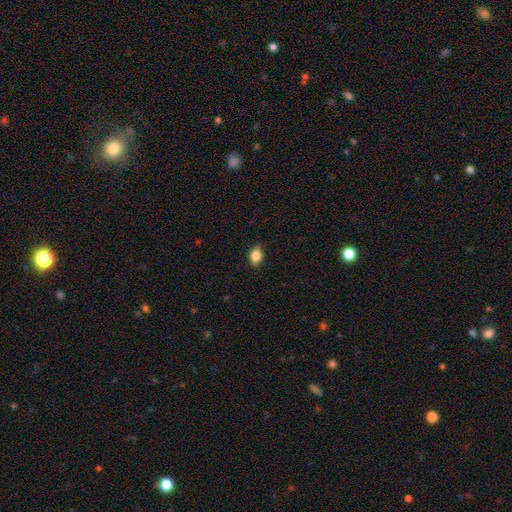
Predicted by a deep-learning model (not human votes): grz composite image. It shows a smooth galaxy with no disk features (85%) that is in between round and cigar-shaped (82%). Merging: none (87%).